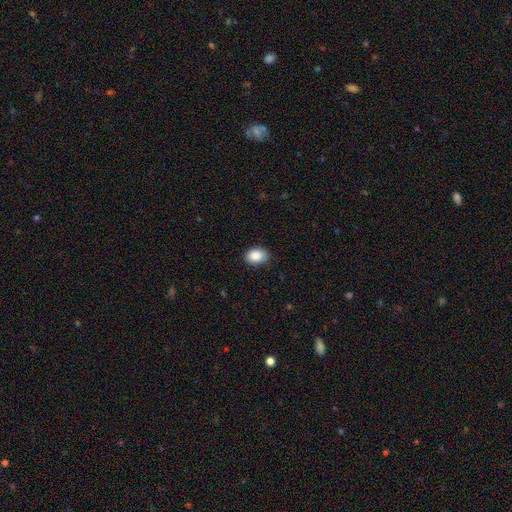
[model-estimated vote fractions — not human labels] Morphology: type=smooth (88%); roundness=in between (80%); merging=none (85%).